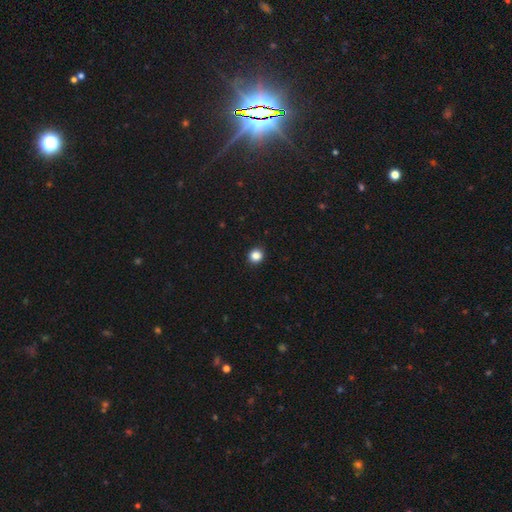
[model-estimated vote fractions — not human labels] Smooth or featured?
  - smooth: 85% *
  - star or artifact: 11%
  - featured or disk: 3%
How rounded?
  - round: 87% *
  - in between: 12%
  - cigar-shaped: 1%
Merging?
  - none: 92% *
  - minor disturbance: 5%
  - major disturbance: 2%
  - merger: 1%